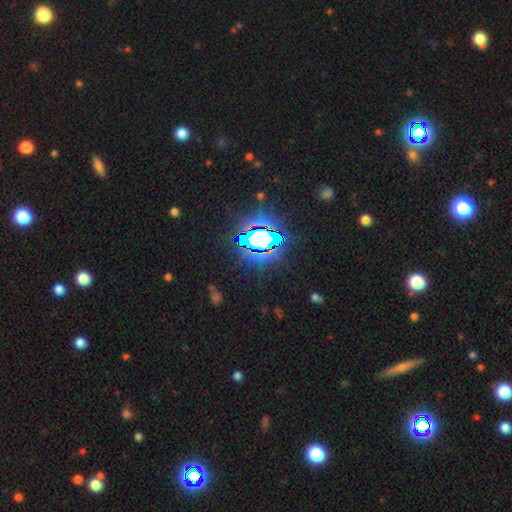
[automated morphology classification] Smooth or featured? Predicted: star or artifact (p=0.83).